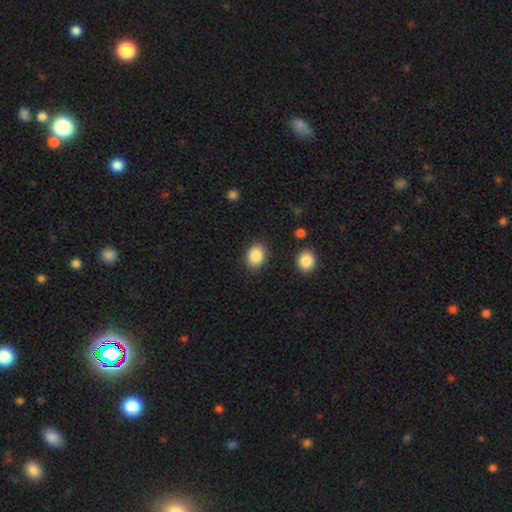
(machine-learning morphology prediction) Smooth or featured? Predicted: smooth (p=0.88). How rounded? Predicted: in between (p=0.66). Merging? Predicted: none (p=0.86).